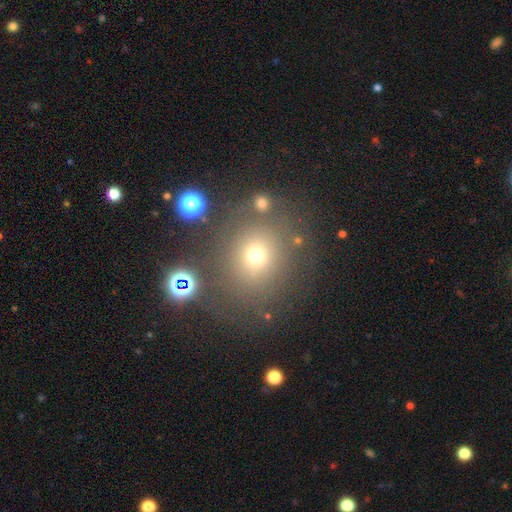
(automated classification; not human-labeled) Overall: smooth (65%). How rounded: round (84%). Merging: none (77%).